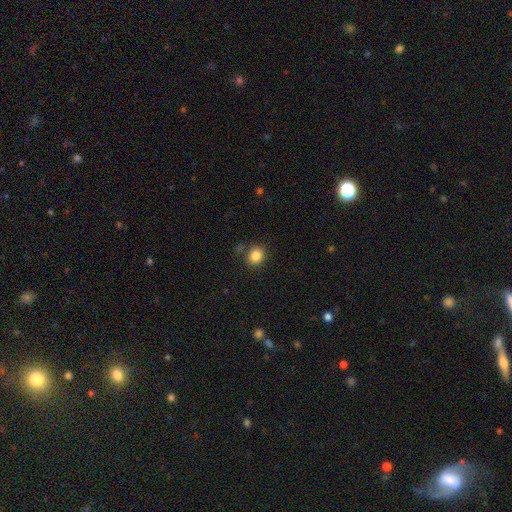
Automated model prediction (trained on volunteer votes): Smooth or featured? Predicted: smooth (p=0.85). How rounded? Predicted: round (p=0.76). Merging? Predicted: none (p=0.81).